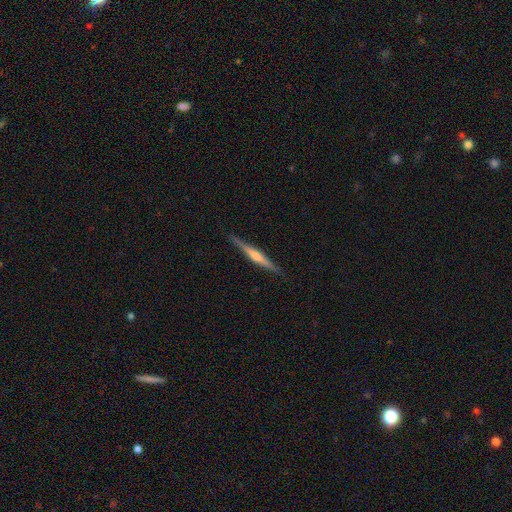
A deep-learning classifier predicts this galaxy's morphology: A featured or disk galaxy (73%) viewed edge-on (98%) with a rounded central bulge (73%). Merging: none (90%).